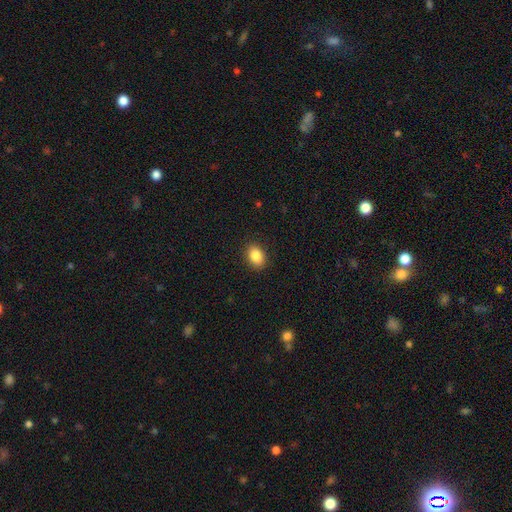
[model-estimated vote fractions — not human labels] Smooth or featured? smooth (86%)
How rounded? in between (75%)
Merging? none (89%)